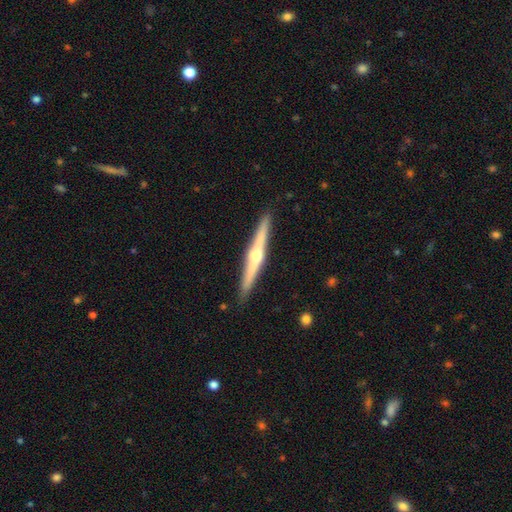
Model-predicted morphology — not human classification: type=featured or disk (76%); edge-on=yes (98%); edge-on bulge=rounded (93%); merging=none (91%).